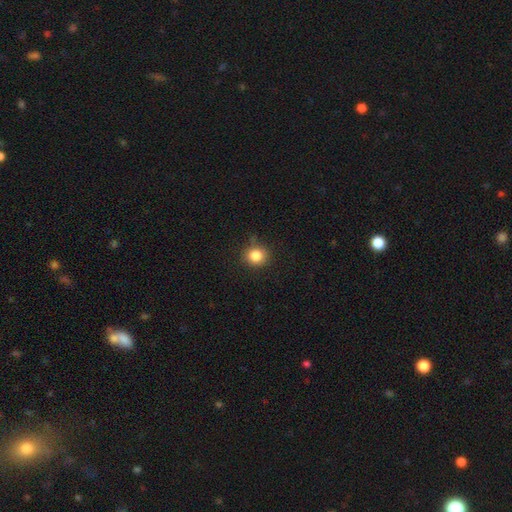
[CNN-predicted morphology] This is clearly a smooth galaxy (84%). How rounded: clearly round (87%). Merging: clearly none (84%).